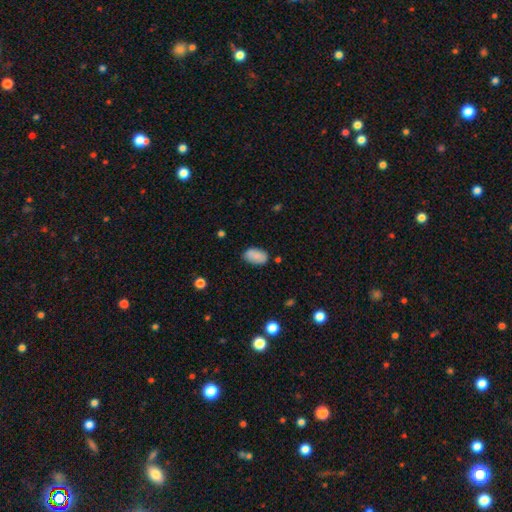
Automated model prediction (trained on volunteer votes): Q: Smooth or featured?
A: smooth (87%); runner-up: star or artifact (7%)
Q: How rounded?
A: in between (94%); runner-up: round (4%)
Q: Merging?
A: none (80%); runner-up: minor disturbance (15%)